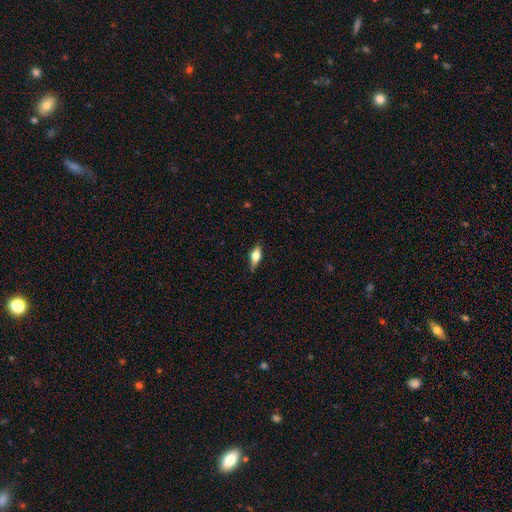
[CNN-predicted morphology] smooth-or-featured: smooth: 46% (tied) | featured or disk: 46% (tied) | star or artifact: 7%
  merging: none: 83% | minor disturbance: 13% | major disturbance: 3% | merger: 1%